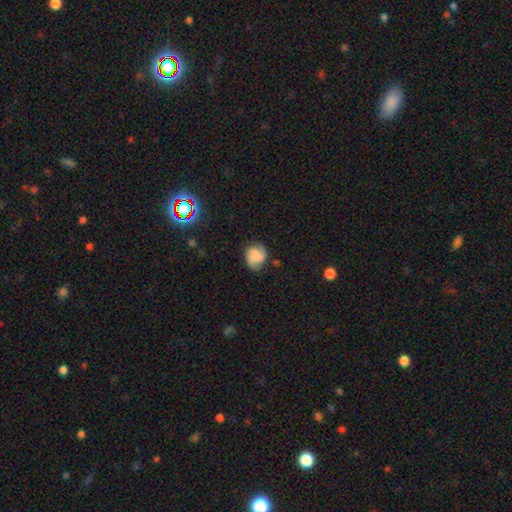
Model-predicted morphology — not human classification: smooth_or_featured: smooth (p=0.52) [alt: featured or disk p=0.38]
how_rounded: round (p=0.65) [alt: in between p=0.34]
merging: none (p=0.64) [alt: minor disturbance p=0.25]